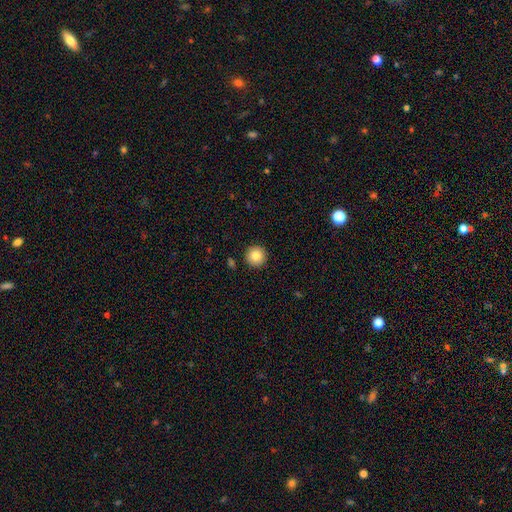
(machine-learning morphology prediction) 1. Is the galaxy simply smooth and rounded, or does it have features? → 86% smooth, 9% star or artifact, 6% featured or disk.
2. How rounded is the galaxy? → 96% round, 3% in between, 1% cigar-shaped.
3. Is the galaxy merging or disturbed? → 92% none, 5% minor disturbance, 2% major disturbance, 1% merger.